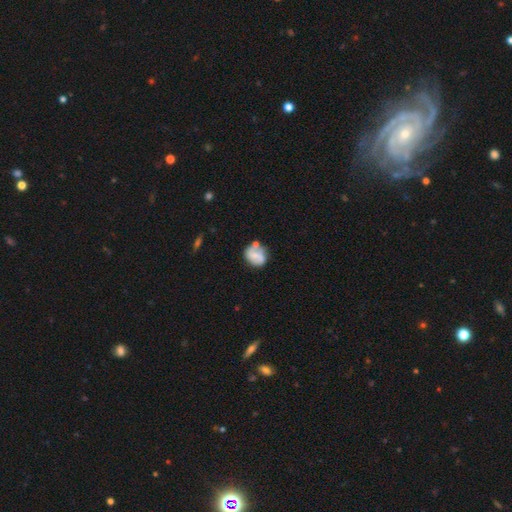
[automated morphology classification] Q: Smooth or featured?
A: smooth (50%); runner-up: featured or disk (42%)
Q: Merging?
A: none (51%); runner-up: minor disturbance (23%)